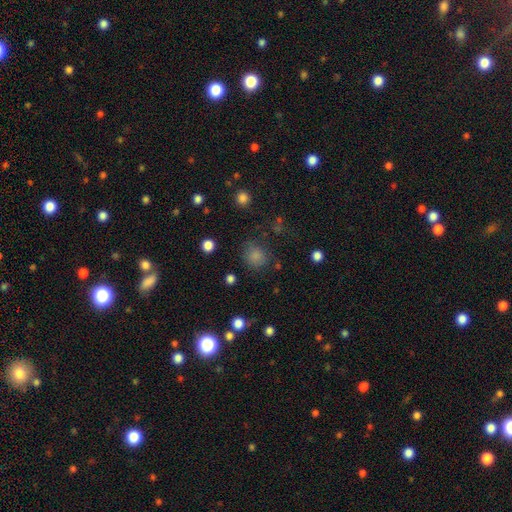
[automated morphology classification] smooth_or_featured: smooth (p=0.80) [alt: star or artifact p=0.14]
how_rounded: round (p=0.81) [alt: in between p=0.18]
merging: none (p=0.74) [alt: minor disturbance p=0.16]